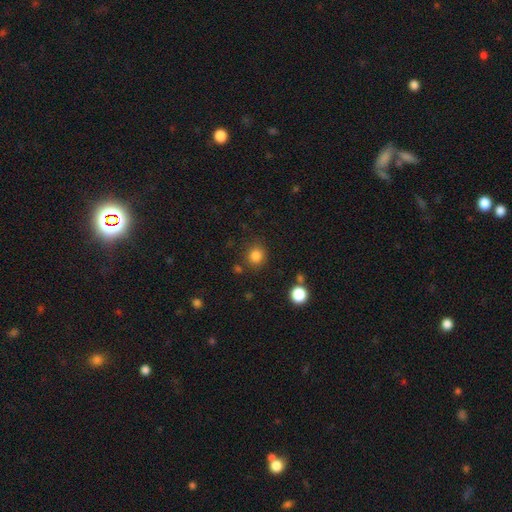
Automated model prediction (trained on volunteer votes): This is clearly a smooth galaxy (84%). How rounded: clearly round (84%). Merging: clearly none (82%).